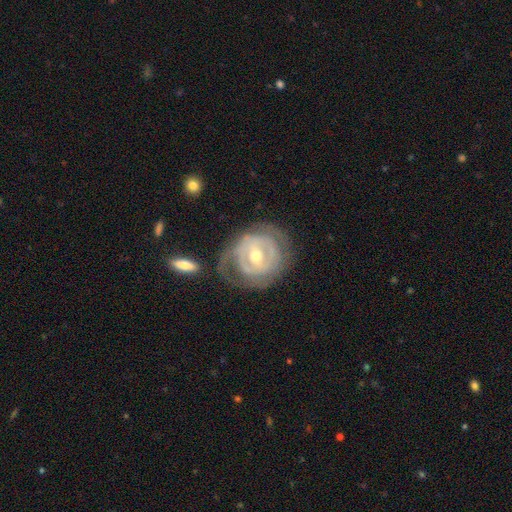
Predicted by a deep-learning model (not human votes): smooth-or-featured: featured or disk: 80% | smooth: 14% | star or artifact: 5%
  disk-edge-on: no: 96% | yes: 4%
    bar: weak: 44% | no: 28% | strong: 28%
    has-spiral-arms: yes: 69% | no: 31%
      spiral-winding: tight: 65% | medium: 25% | loose: 10%
      spiral-arm-count: can't tell: 40% | 2: 37% | 3: 9% | 1: 8% | 4: 3% | more than 4: 3%
    bulge-size: moderate: 63% | small: 32% | large: 3% | none: 1% | dominant: 1%
  merging: none: 61% | minor disturbance: 20% | major disturbance: 15% | merger: 3%